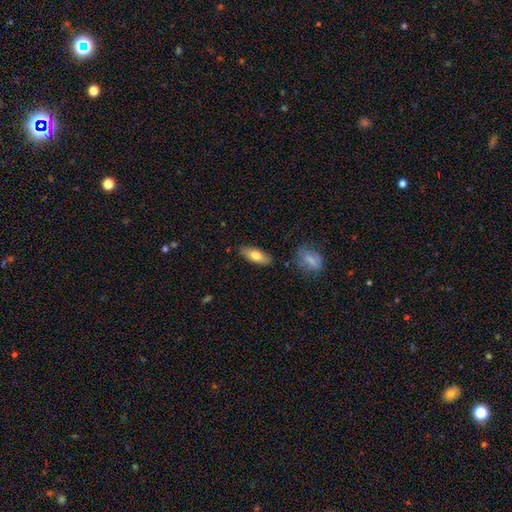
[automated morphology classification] The model was most divided on "how rounded": in between: 75%, cigar-shaped: 22%, round: 3%. More confident: merging — none (83%); smooth or featured — smooth (75%).